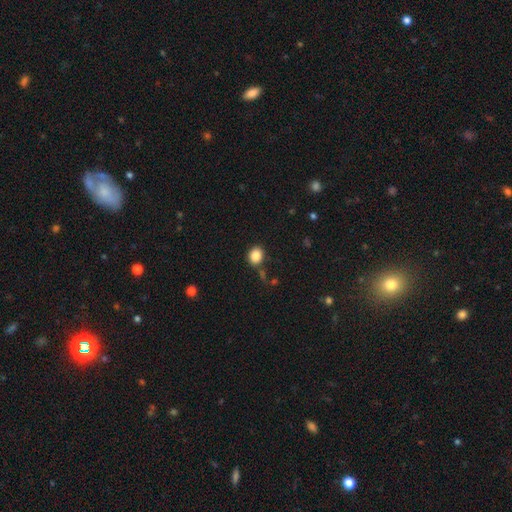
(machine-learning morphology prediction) A smooth galaxy with no disk features (86%) that is round (63%).

Vote fractions:
- Smooth or featured? smooth: 86% / star or artifact: 10% / featured or disk: 4%
- How rounded? round: 63% / in between: 36% / cigar-shaped: 1%
- Merging? none: 78% / minor disturbance: 12% / merger: 5% / major disturbance: 4%